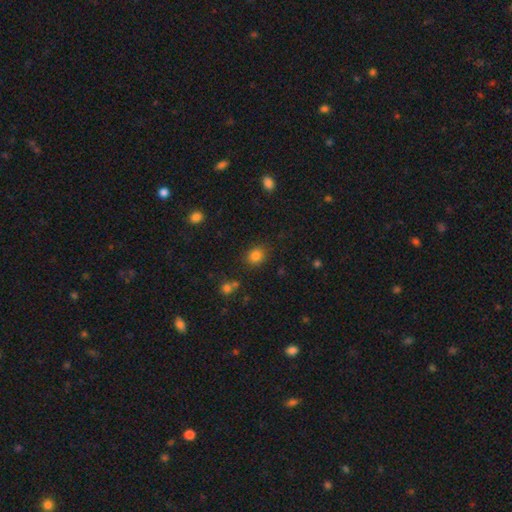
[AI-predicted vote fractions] Overall: smooth (82%). How rounded: round (70%). Merging: none (82%).